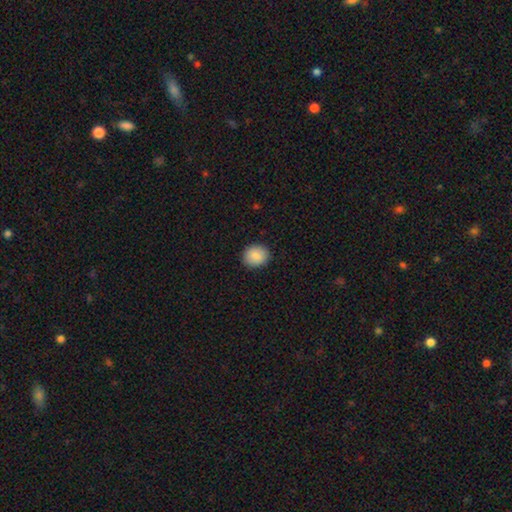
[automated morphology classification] Q: Smooth or featured?
A: smooth (87%); runner-up: star or artifact (8%)
Q: How rounded?
A: round (69%); runner-up: in between (30%)
Q: Merging?
A: none (90%); runner-up: minor disturbance (7%)